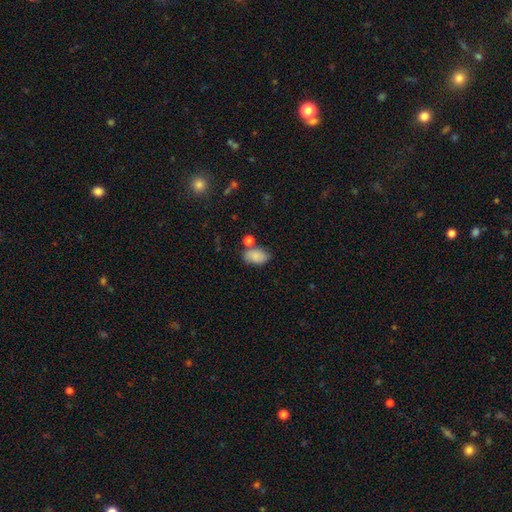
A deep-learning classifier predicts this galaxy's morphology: Smooth or featured? Predicted: smooth (p=0.83). How rounded? Predicted: in between (p=0.88). Merging? Predicted: none (p=0.58).